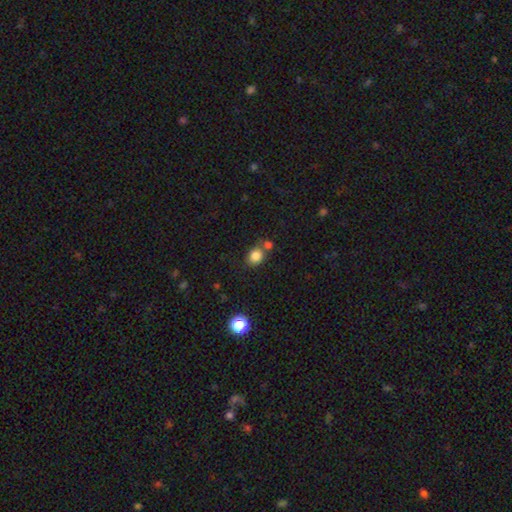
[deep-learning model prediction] Overall: smooth (82%). How rounded: round (66%; in between 33%). Merging: none (60%; merger 23%).